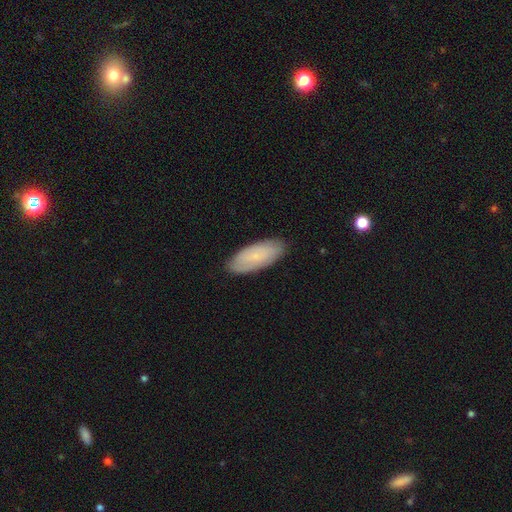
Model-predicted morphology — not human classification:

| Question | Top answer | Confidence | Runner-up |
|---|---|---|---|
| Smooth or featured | smooth | 66% | featured or disk (27%) |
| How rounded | in between | 82% | cigar-shaped (16%) |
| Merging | none | 85% | minor disturbance (12%) |